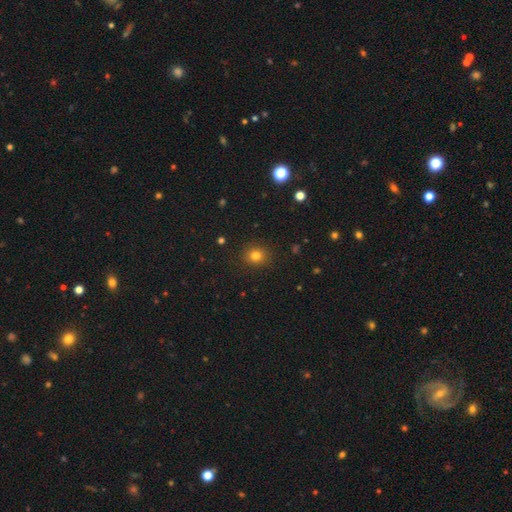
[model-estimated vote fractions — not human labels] Smooth or featured: smooth — 80% (star or artifact — 14%)
How rounded: round — 79% (in between — 20%)
Merging: none — 89% (minor disturbance — 7%)